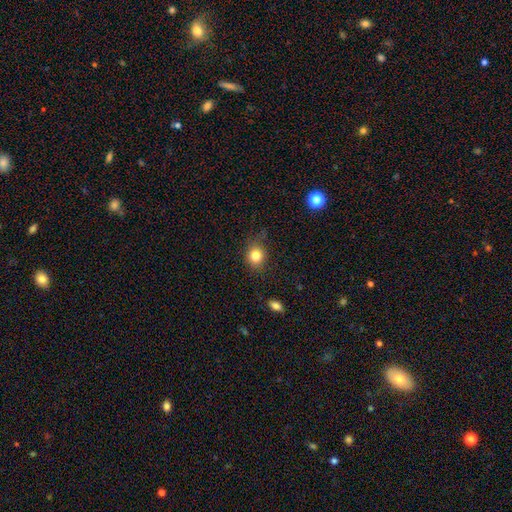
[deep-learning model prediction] smooth_or_featured: smooth (p=0.82) [alt: star or artifact p=0.11]
how_rounded: round (p=0.74) [alt: in between p=0.25]
merging: none (p=0.74) [alt: minor disturbance p=0.19]